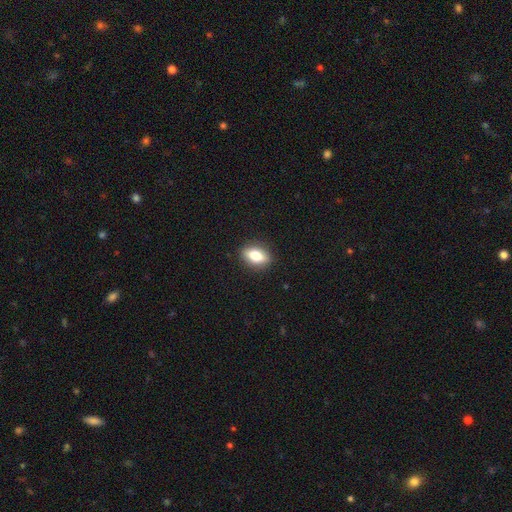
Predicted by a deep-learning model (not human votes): The model was most divided on "smooth or featured": smooth: 73%, featured or disk: 19%, star or artifact: 8%. More confident: merging — none (88%); how rounded — in between (79%).